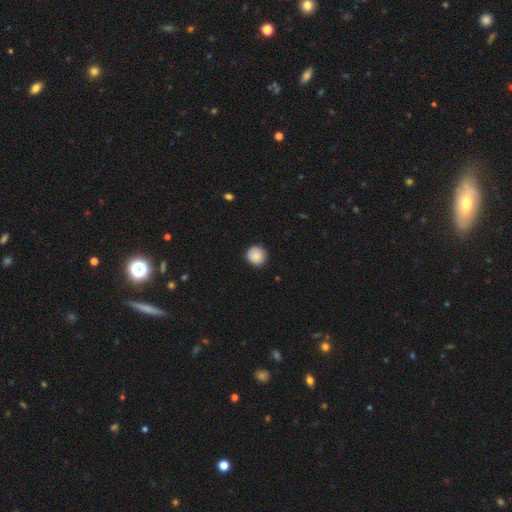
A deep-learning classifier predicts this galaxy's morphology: smooth 86%, star or artifact 8%, featured or disk 6%. Down the decision tree: how rounded — round (93%); merging — none (87%).